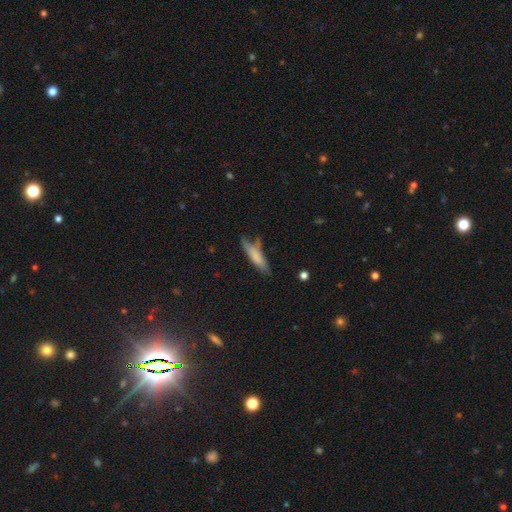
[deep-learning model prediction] This appears to be a smooth galaxy with no disk features (74%) that is cigar-shaped (71%). Merging: none (58%).